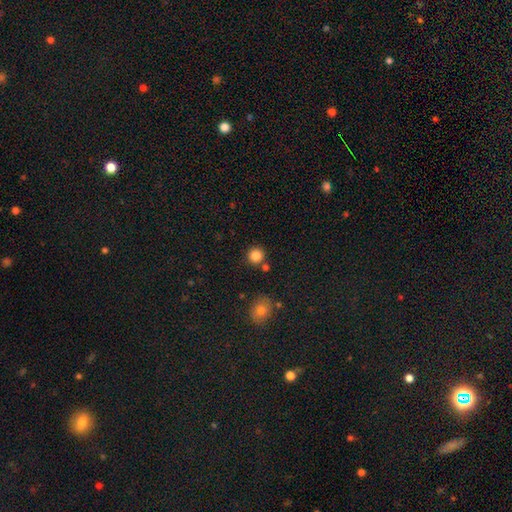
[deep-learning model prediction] Smooth or featured?
  - smooth: 84% *
  - star or artifact: 11%
  - featured or disk: 4%
How rounded?
  - round: 93% *
  - in between: 6%
  - cigar-shaped: 1%
Merging?
  - none: 81% *
  - merger: 8%
  - minor disturbance: 8%
  - major disturbance: 3%